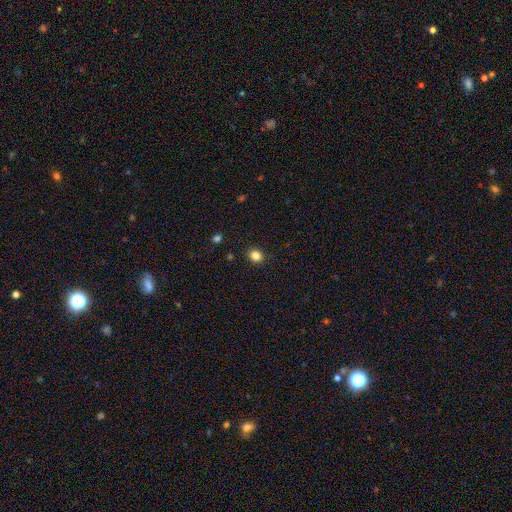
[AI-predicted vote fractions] Smooth or featured? Predicted: smooth (p=0.83). How rounded? Predicted: round (p=0.81). Merging? Predicted: none (p=0.91).